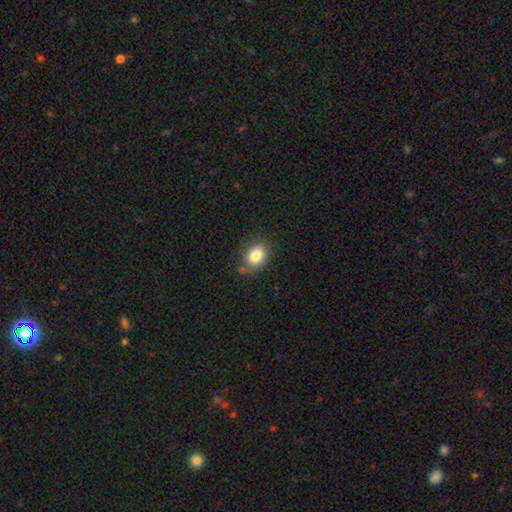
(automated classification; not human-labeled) Smooth or featured? Predicted: smooth (p=0.83). How rounded? Predicted: in between (p=0.66). Merging? Predicted: none (p=0.72).